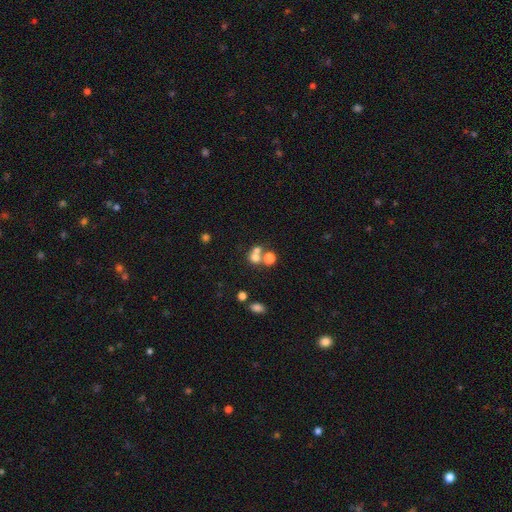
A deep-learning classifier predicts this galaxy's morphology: Q: Smooth or featured?
A: smooth (66%); runner-up: featured or disk (17%)
Q: How rounded?
A: round (78%); runner-up: in between (20%)
Q: Merging?
A: merger (53%); runner-up: none (36%)